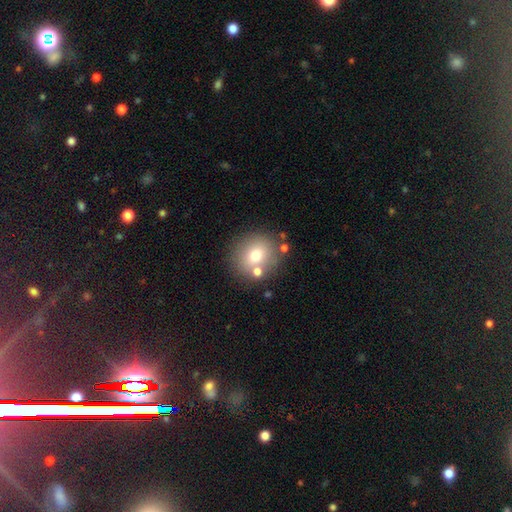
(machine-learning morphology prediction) Q: Smooth or featured?
A: smooth (71%); runner-up: featured or disk (16%)
Q: How rounded?
A: round (84%); runner-up: in between (15%)
Q: Merging?
A: none (75%); runner-up: merger (11%)